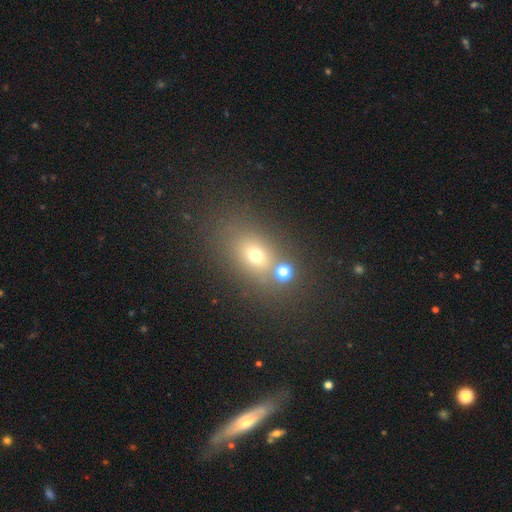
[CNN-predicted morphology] Overall: smooth (64%). How rounded: in between (63%; round 35%). Merging: none (64%).